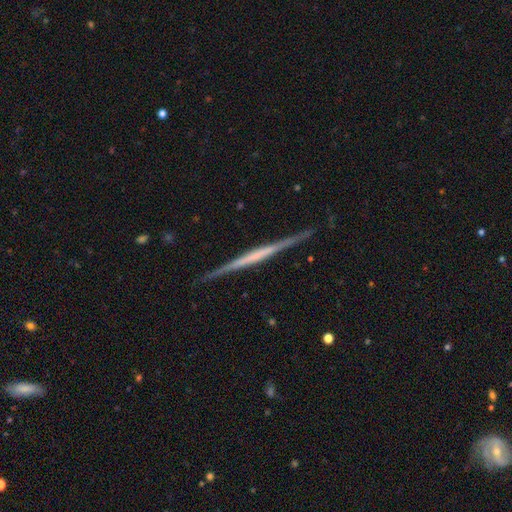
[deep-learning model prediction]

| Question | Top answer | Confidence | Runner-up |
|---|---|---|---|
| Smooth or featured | featured or disk | 74% | smooth (20%) |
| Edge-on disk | yes | 98% | no (2%) |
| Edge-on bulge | none | 69% | boxy (16%) |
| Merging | none | 89% | minor disturbance (8%) |